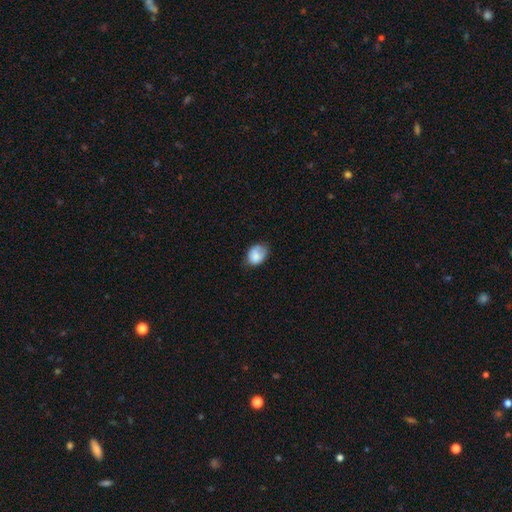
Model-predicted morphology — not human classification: Q: Smooth or featured?
A: smooth (79%); runner-up: featured or disk (13%)
Q: How rounded?
A: in between (68%); runner-up: round (32%)
Q: Merging?
A: none (52%); runner-up: minor disturbance (35%)